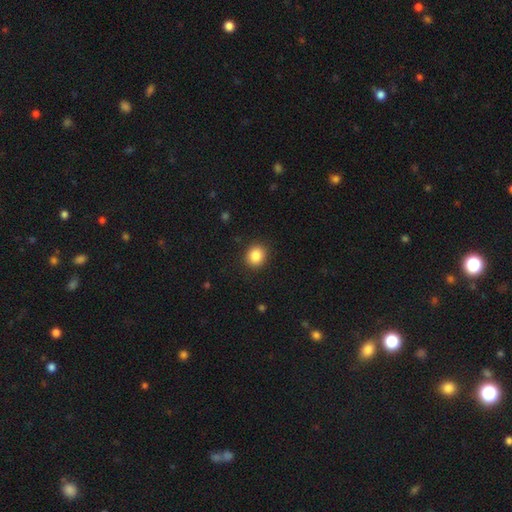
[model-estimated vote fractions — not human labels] Smooth or featured? Predicted: smooth (p=0.85). How rounded? Predicted: round (p=0.79). Merging? Predicted: none (p=0.90).